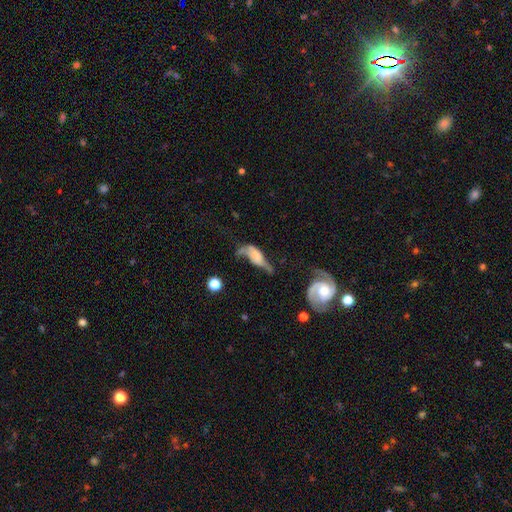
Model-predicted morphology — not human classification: Overall: featured or disk (55%; smooth 36%). Edge-on disk: no (74%). Merging: major disturbance (41%; minor disturbance 23%).